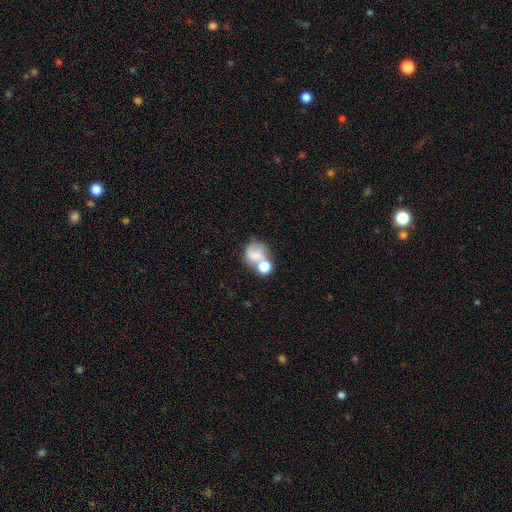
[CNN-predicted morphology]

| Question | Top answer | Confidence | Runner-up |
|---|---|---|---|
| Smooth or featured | smooth | 64% | featured or disk (24%) |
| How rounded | round | 65% | in between (34%) |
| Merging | merger | 48% | none (29%) |